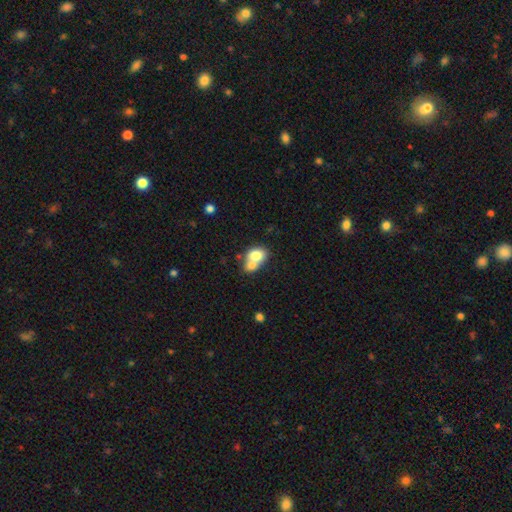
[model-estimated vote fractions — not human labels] Overall: smooth (74%). How rounded: in between (67%; round 32%). Merging: merger (63%; none 25%).